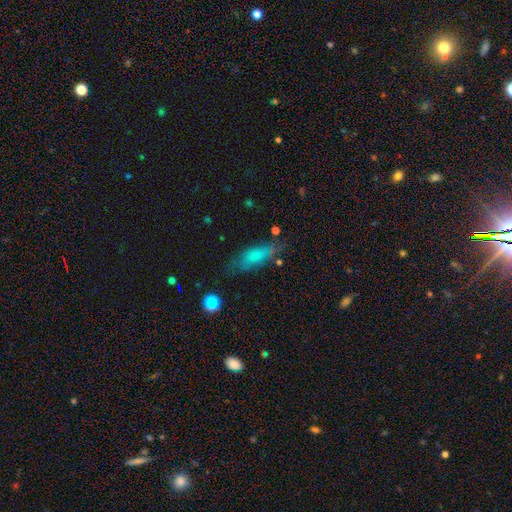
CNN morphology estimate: Smooth or featured?
  - smooth: 70% *
  - featured or disk: 20%
  - star or artifact: 10%
How rounded?
  - in between: 59% *
  - cigar-shaped: 37%
  - round: 3%
Merging?
  - none: 63% *
  - minor disturbance: 23%
  - major disturbance: 10%
  - merger: 4%